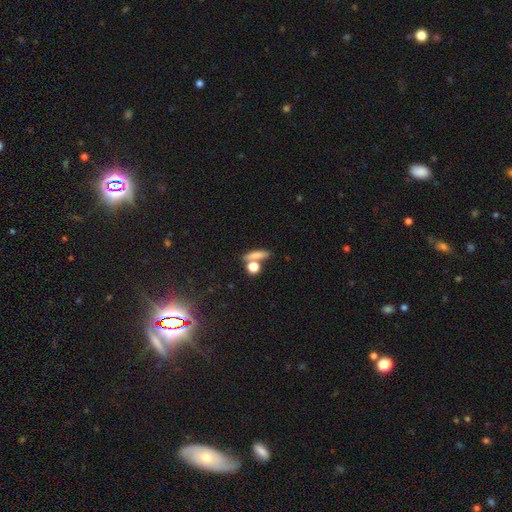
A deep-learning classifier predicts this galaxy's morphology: Q: Smooth or featured?
A: smooth (73%); runner-up: featured or disk (14%)
Q: How rounded?
A: cigar-shaped (46%); runner-up: round (27%)
Q: Merging?
A: none (62%); runner-up: merger (22%)